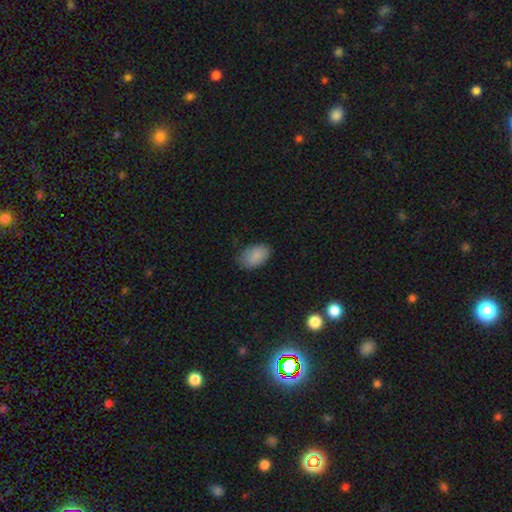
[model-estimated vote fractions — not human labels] Overall: smooth (87%). How rounded: in between (90%). Merging: none (74%).